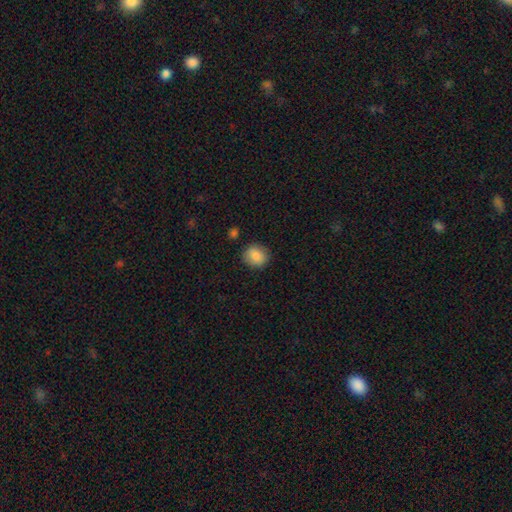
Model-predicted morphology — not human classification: Smooth or featured? Predicted: smooth (p=0.87). How rounded? Predicted: round (p=0.76). Merging? Predicted: none (p=0.86).